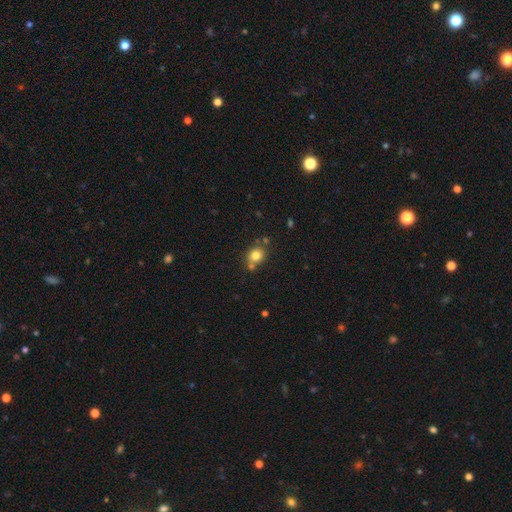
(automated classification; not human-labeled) Smooth or featured? smooth (80%)
How rounded? round (71%)
Merging? none (64%)